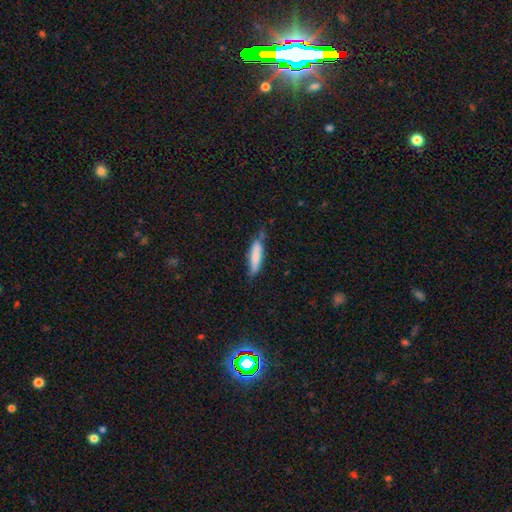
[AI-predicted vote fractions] Overall: smooth (75%). How rounded: cigar-shaped (67%; in between 31%). Merging: none (60%; minor disturbance 30%).